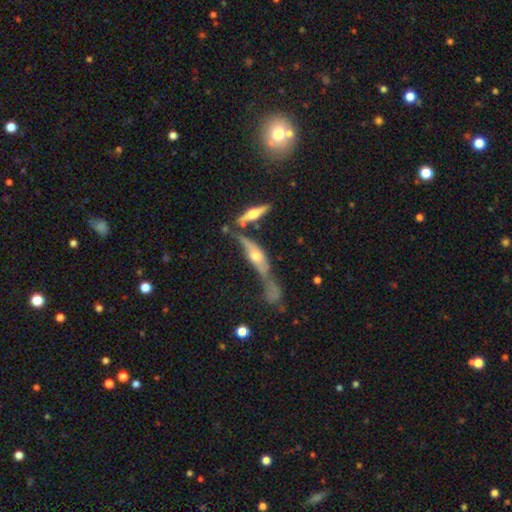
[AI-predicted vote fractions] Smooth or featured? featured or disk (67%)
Edge-on disk? yes (83%)
Edge-on bulge? rounded (90%)
Merging? none (38%)